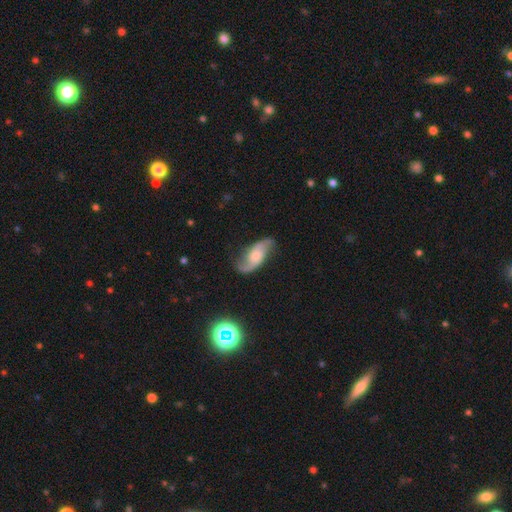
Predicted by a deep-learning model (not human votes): featured or disk 76%, smooth 18%, star or artifact 6%. Down the decision tree: edge-on disk — no (94%); bar — no (62%); spiral arms — yes (95%); spiral arm count — 2 (90%); spiral winding — loose (63%); bulge size — small (43%); merging — none (74%).